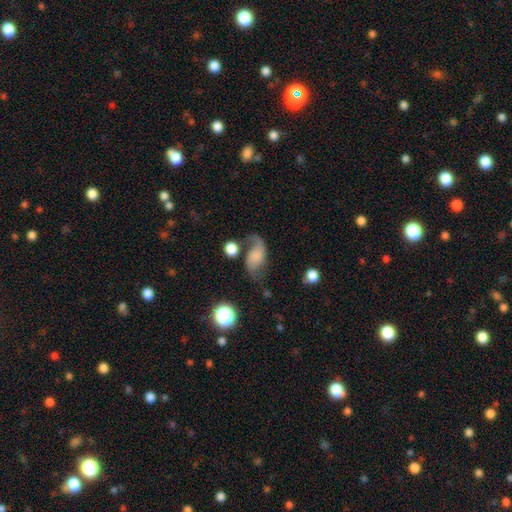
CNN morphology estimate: A featured or disk galaxy (66%) with no bar (64%), 2 (86%) loose (74%) spiral arms (93%) and no central bulge (47%). Merging: none (53%).